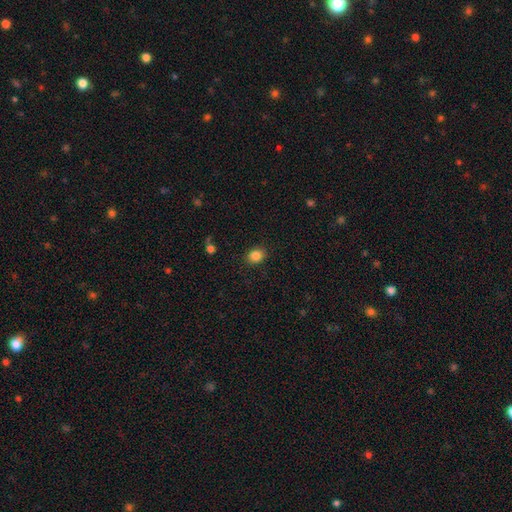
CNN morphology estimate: This appears to be a smooth galaxy with no disk features (86%) that is round (63%). Merging: none (88%).